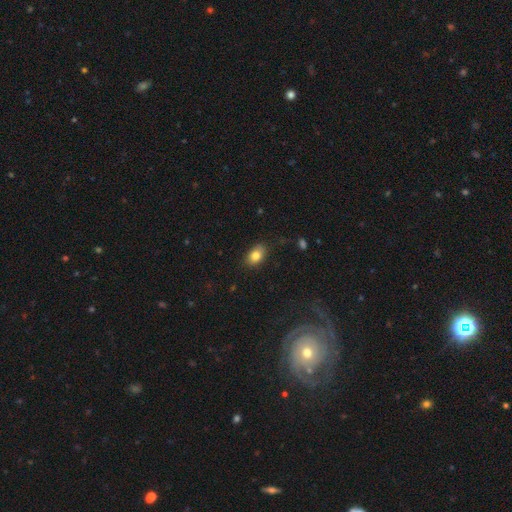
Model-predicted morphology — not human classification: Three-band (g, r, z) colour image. It shows a smooth galaxy with no disk features (81%) that is in between round and cigar-shaped (84%). Merging: none (83%).